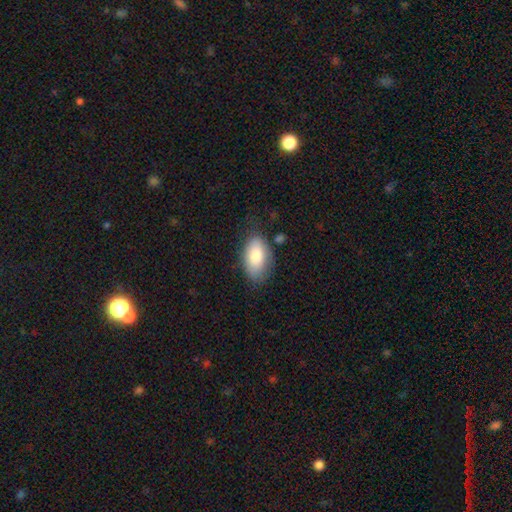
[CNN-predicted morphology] Smooth or featured? Predicted: smooth (p=0.80). How rounded? Predicted: in between (p=0.93). Merging? Predicted: none (p=0.71).